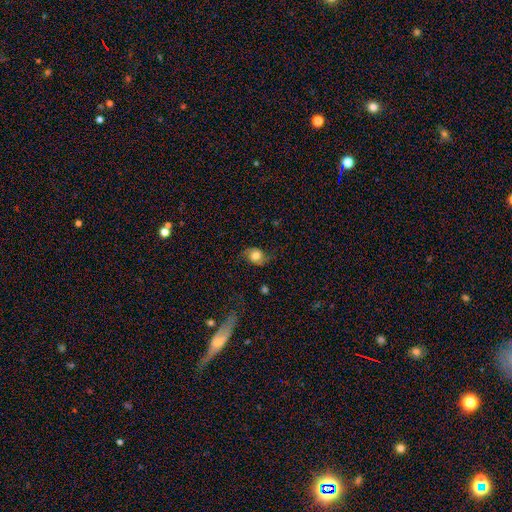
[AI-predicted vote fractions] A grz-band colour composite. It shows a smooth galaxy with no disk features (54%) that is round (51%). Merging: none (67%).